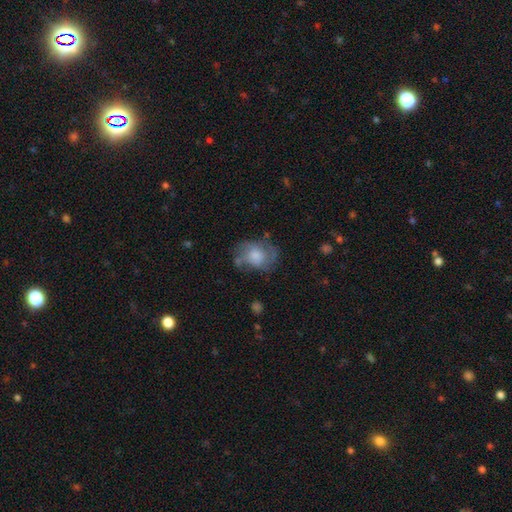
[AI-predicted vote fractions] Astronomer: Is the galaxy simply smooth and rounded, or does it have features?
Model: smooth — 51% (runner-up: featured or disk, 40%).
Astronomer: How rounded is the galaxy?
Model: in between — 60% (runner-up: round, 39%).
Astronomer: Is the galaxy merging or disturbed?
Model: none — 47% (runner-up: minor disturbance, 28%).